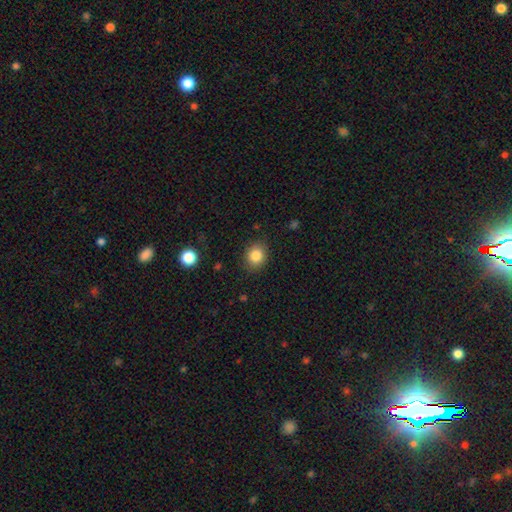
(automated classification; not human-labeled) This appears to be a smooth galaxy with no disk features (84%) that is round (65%). Merging: none (86%).